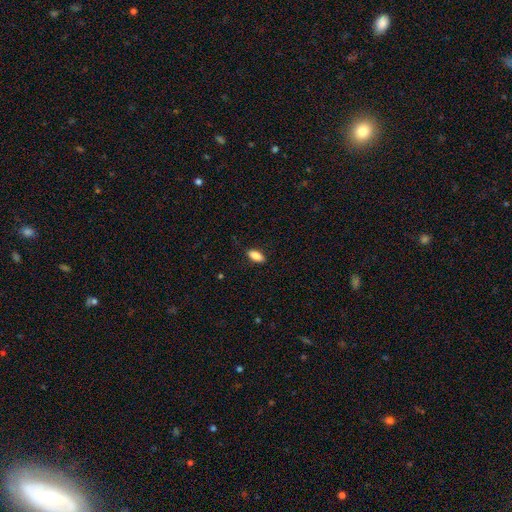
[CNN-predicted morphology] Q: Smooth or featured?
A: smooth (85%); runner-up: featured or disk (8%)
Q: How rounded?
A: in between (85%); runner-up: cigar-shaped (12%)
Q: Merging?
A: none (88%); runner-up: minor disturbance (9%)